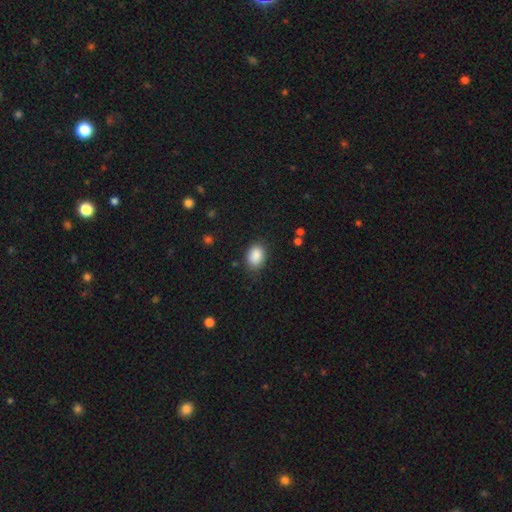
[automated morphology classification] This is clearly a smooth galaxy (88%). How rounded: likely in between (73%). Merging: likely none (79%).